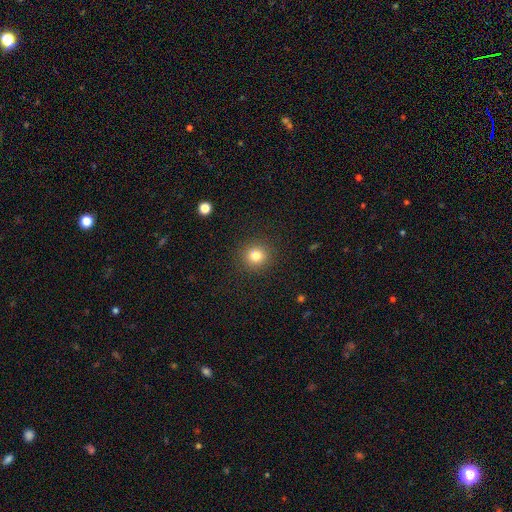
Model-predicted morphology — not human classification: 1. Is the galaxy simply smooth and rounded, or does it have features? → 81% smooth, 12% star or artifact, 7% featured or disk.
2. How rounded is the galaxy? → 92% round, 7% in between, 1% cigar-shaped.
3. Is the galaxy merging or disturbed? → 91% none, 6% minor disturbance, 2% major disturbance, 1% merger.